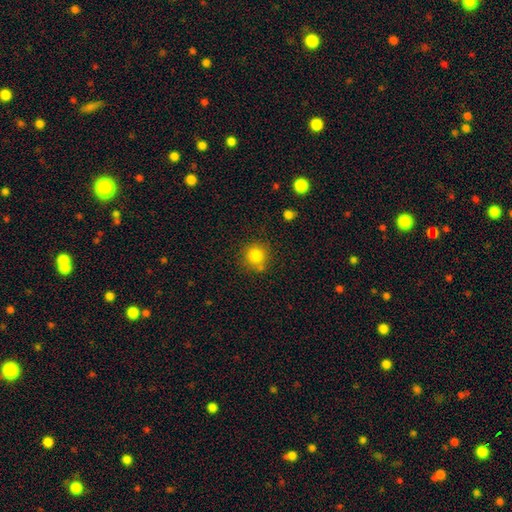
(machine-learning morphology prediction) This is clearly a smooth galaxy (83%). How rounded: clearly round (91%). Merging: likely none (76%).